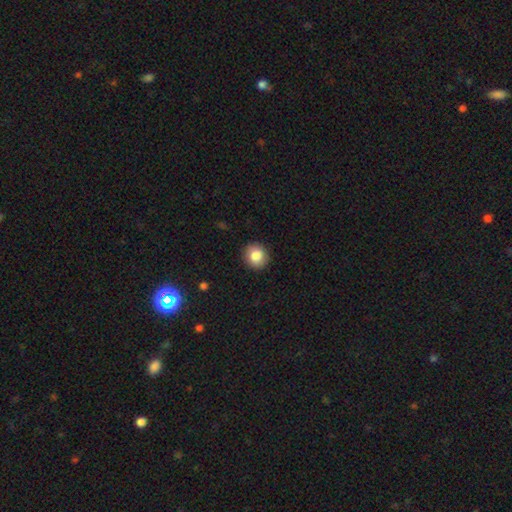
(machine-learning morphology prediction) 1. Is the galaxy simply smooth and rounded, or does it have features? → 85% smooth, 9% star or artifact, 6% featured or disk.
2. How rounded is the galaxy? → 89% round, 11% in between, 1% cigar-shaped.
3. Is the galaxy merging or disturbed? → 91% none, 6% minor disturbance, 2% major disturbance, 1% merger.